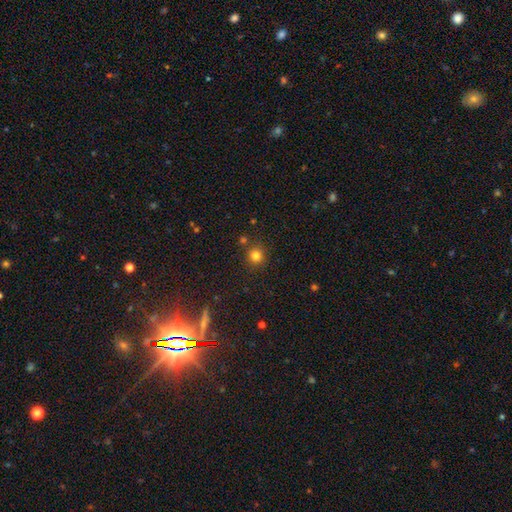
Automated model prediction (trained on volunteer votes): Smooth or featured? Predicted: smooth (p=0.80). How rounded? Predicted: round (p=0.92). Merging? Predicted: none (p=0.84).